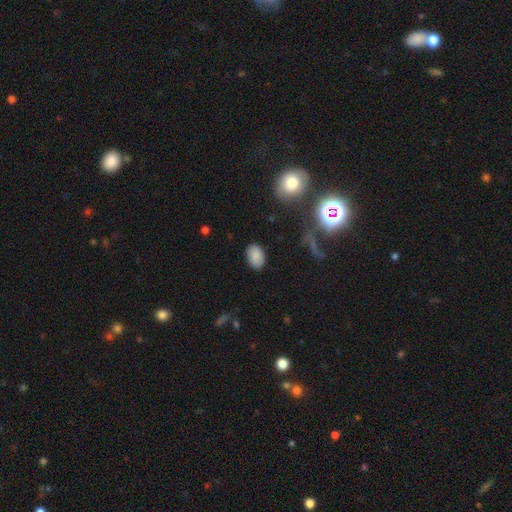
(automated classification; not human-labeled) smooth_or_featured: smooth (p=0.84) [alt: star or artifact p=0.10]
how_rounded: in between (p=0.88) [alt: round p=0.11]
merging: none (p=0.85) [alt: minor disturbance p=0.11]